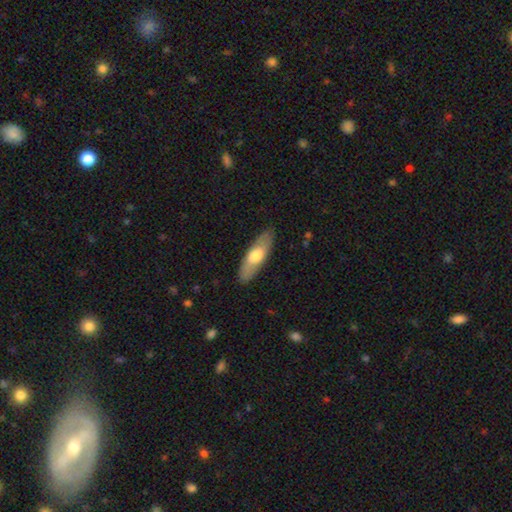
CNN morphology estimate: Q: Smooth or featured?
A: smooth (61%); runner-up: featured or disk (34%)
Q: How rounded?
A: in between (53%); runner-up: cigar-shaped (45%)
Q: Merging?
A: none (85%); runner-up: minor disturbance (11%)